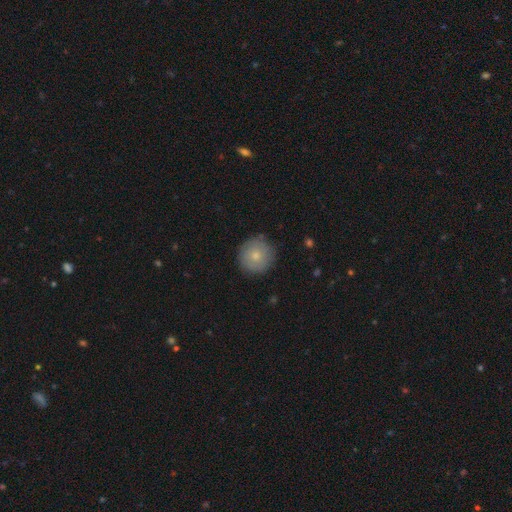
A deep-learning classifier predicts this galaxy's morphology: Smooth or featured?
  - smooth: 76% *
  - featured or disk: 16%
  - star or artifact: 8%
How rounded?
  - round: 95% *
  - in between: 4%
  - cigar-shaped: 1%
Merging?
  - none: 86% *
  - minor disturbance: 10%
  - major disturbance: 2%
  - merger: 1%